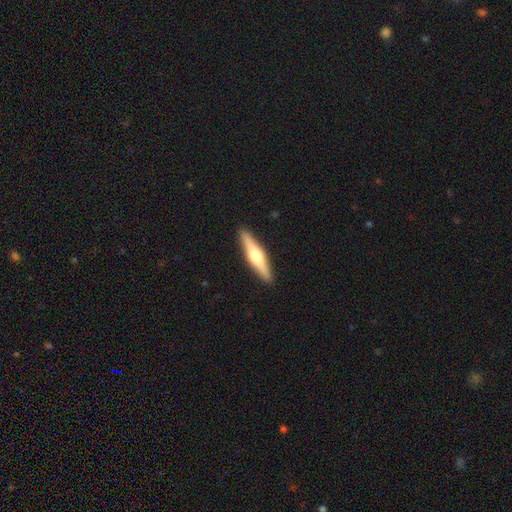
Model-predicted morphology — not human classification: type=featured or disk (57%); edge-on=yes (96%); edge-on bulge=rounded (93%); merging=none (92%).